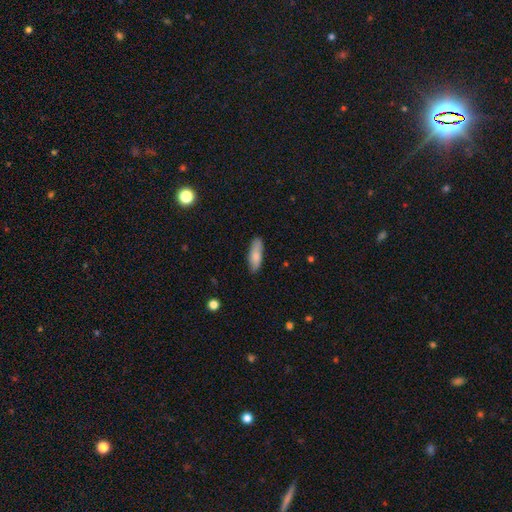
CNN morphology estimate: This is clearly a smooth galaxy (81%). How rounded: possibly in between (56%). Merging: clearly none (84%).